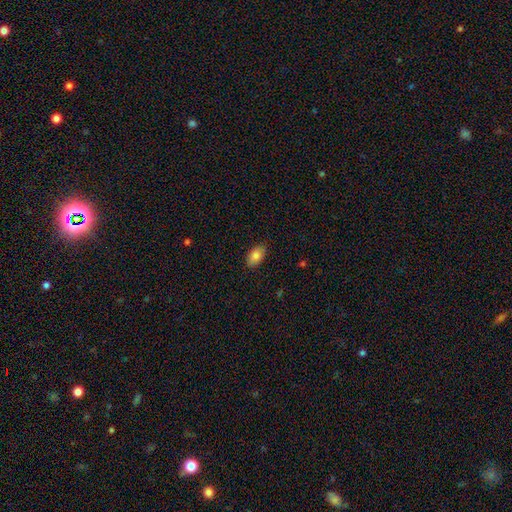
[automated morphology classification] Smooth or featured? Predicted: smooth (p=0.84). How rounded? Predicted: in between (p=0.91). Merging? Predicted: none (p=0.86).